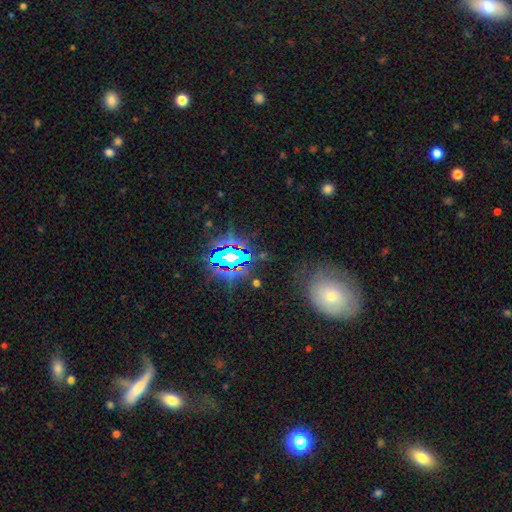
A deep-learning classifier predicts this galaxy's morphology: Q: Smooth or featured?
A: star or artifact (64%); runner-up: smooth (21%)